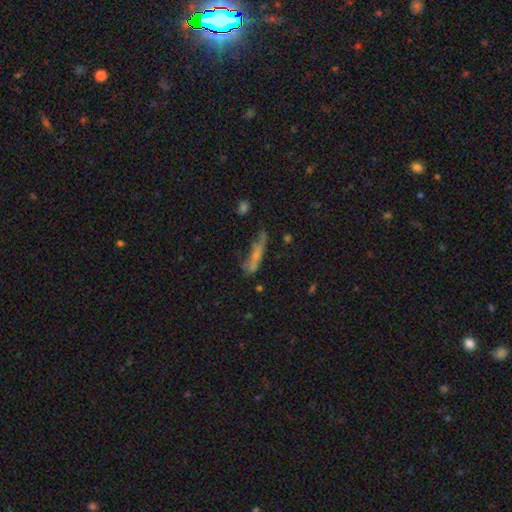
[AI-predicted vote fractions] Morphology: type=smooth (48%); merging=none (47%).